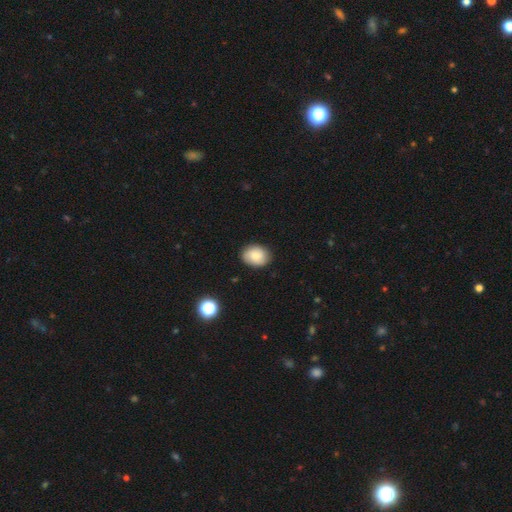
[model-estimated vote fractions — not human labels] A smooth galaxy with no disk features (79%) that is in between round and cigar-shaped (62%).

Vote fractions:
- Smooth or featured? smooth: 79% / featured or disk: 13% / star or artifact: 8%
- How rounded? in between: 62% / round: 37% / cigar-shaped: 1%
- Merging? none: 85% / minor disturbance: 11% / major disturbance: 2% / merger: 1%